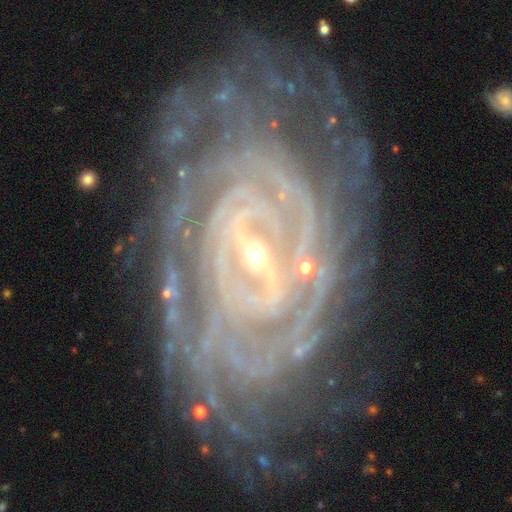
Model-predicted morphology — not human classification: The model was most divided on "bar": weak: 43%, no: 29%, strong: 28%. Remaining: edge-on disk — no (96%); spiral arms — yes (95%); smooth or featured — featured or disk (88%); spiral winding — tight (81%); bulge size — small (79%); merging — none (74%); spiral arm count — can't tell (37%).